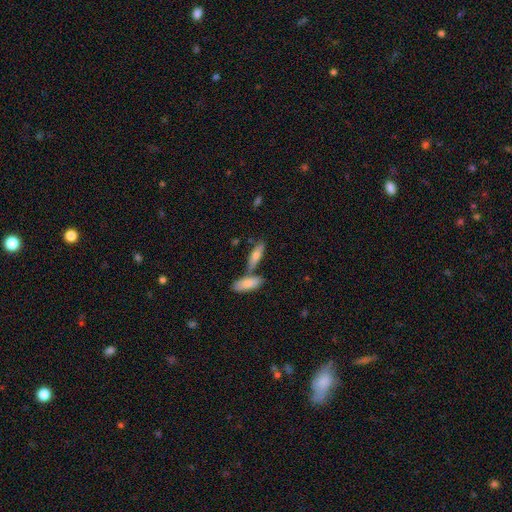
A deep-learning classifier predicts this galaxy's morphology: Q: Smooth or featured?
A: smooth (73%); runner-up: featured or disk (21%)
Q: How rounded?
A: in between (50%); runner-up: cigar-shaped (48%)
Q: Merging?
A: none (52%); runner-up: merger (35%)